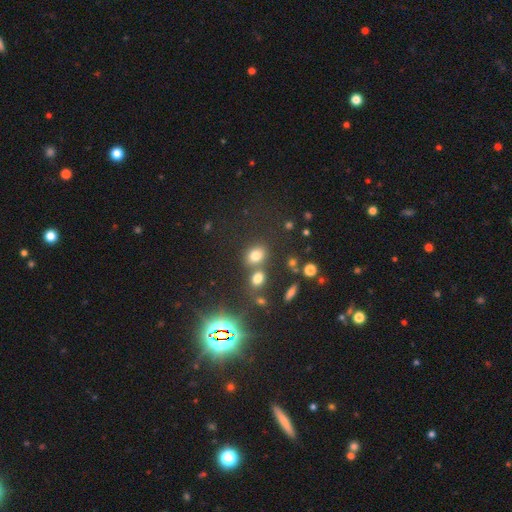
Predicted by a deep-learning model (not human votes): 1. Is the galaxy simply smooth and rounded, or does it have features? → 72% smooth, 19% star or artifact, 9% featured or disk.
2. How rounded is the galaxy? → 50% in between, 49% round, 2% cigar-shaped.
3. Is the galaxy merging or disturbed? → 60% none, 25% merger, 11% minor disturbance, 5% major disturbance.